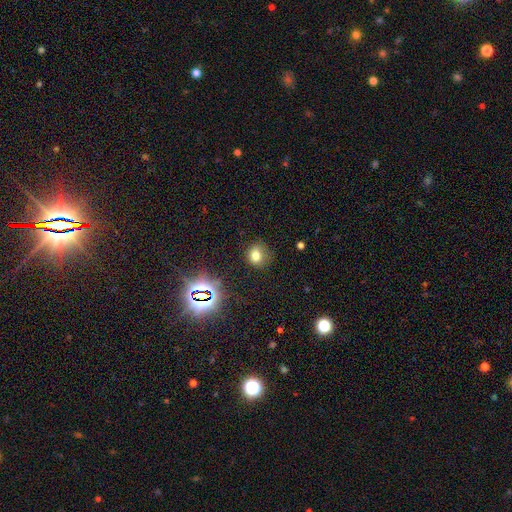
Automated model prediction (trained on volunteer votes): smooth-or-featured: smooth: 73% | star or artifact: 19% | featured or disk: 9%
  how-rounded: round: 69% | in between: 30% | cigar-shaped: 1%
  merging: none: 76% | minor disturbance: 17% | major disturbance: 5% | merger: 2%